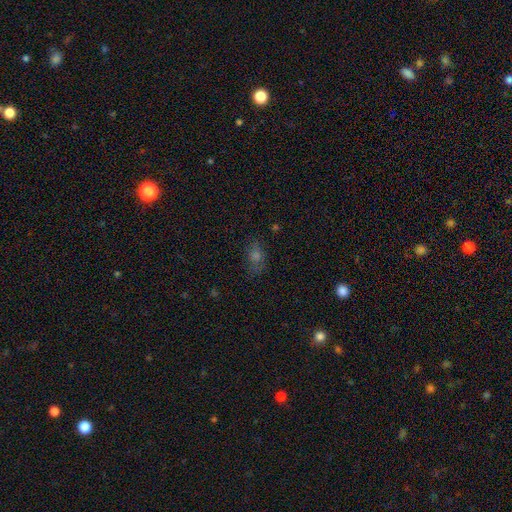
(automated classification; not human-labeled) Q: Smooth or featured?
A: smooth (54%); runner-up: star or artifact (27%)
Q: How rounded?
A: in between (68%); runner-up: round (28%)
Q: Merging?
A: none (75%); runner-up: minor disturbance (17%)